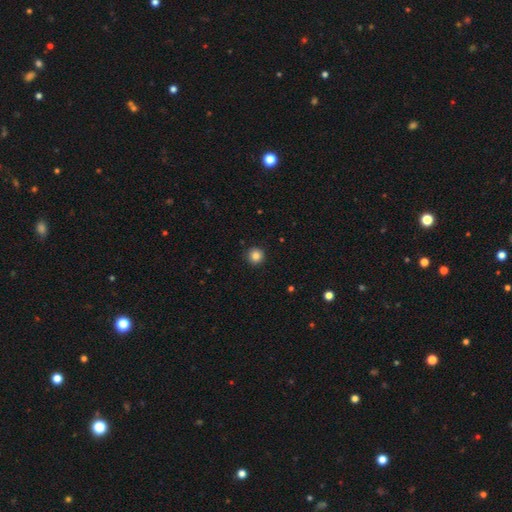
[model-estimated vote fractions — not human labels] Q: Smooth or featured?
A: smooth (85%); runner-up: star or artifact (11%)
Q: How rounded?
A: round (96%); runner-up: in between (3%)
Q: Merging?
A: none (92%); runner-up: minor disturbance (5%)